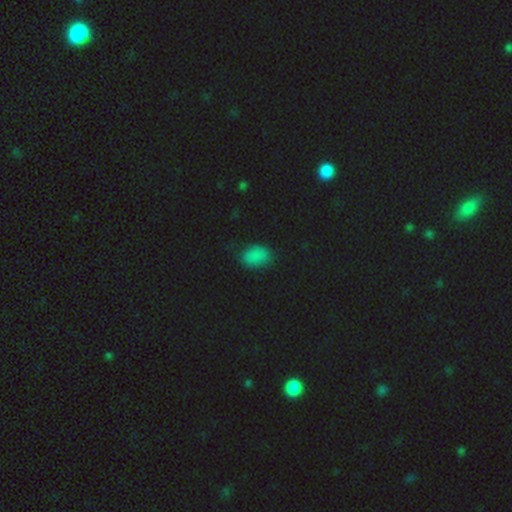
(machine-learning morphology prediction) smooth 80%, star or artifact 15%, featured or disk 5%. Down the decision tree: how rounded — in between (84%); merging — none (74%).